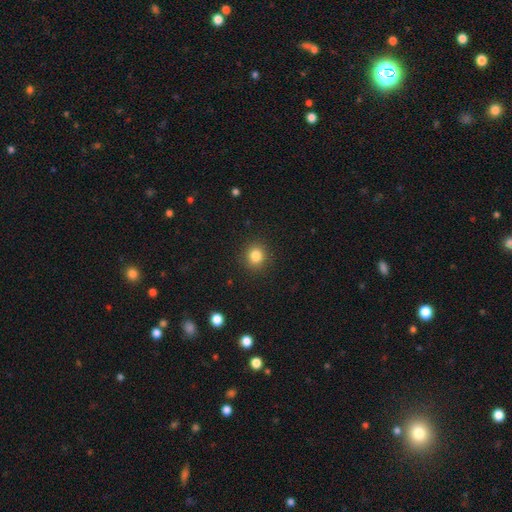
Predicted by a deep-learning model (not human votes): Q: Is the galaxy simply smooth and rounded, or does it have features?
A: smooth — 84%.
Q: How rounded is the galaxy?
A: round — 85%.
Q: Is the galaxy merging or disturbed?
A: none — 90%.